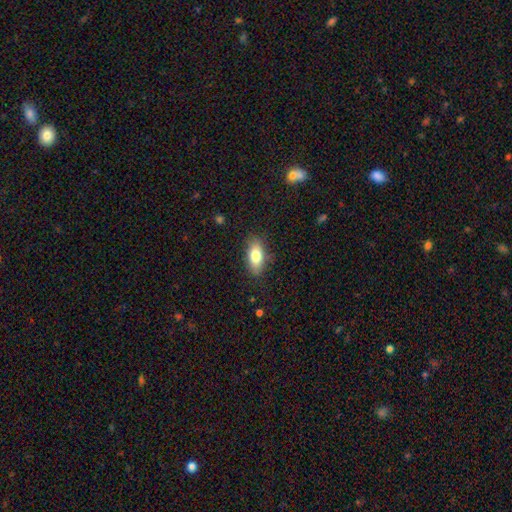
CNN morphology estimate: This is likely a smooth galaxy (79%). How rounded: clearly in between (86%). Merging: clearly none (83%).